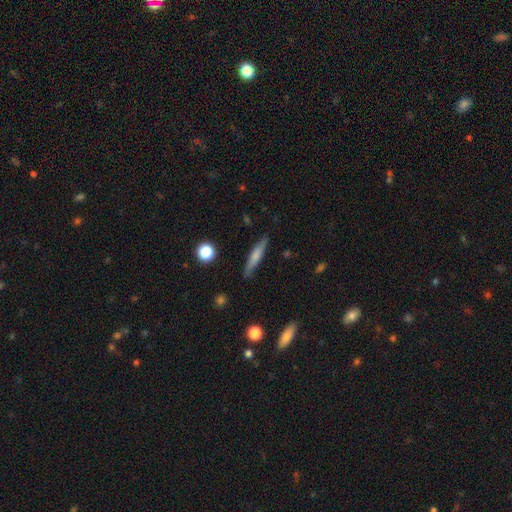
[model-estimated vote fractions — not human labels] Smooth or featured?
  - smooth: 58% *
  - featured or disk: 35%
  - star or artifact: 7%
How rounded?
  - cigar-shaped: 88% *
  - in between: 10%
  - round: 2%
Merging?
  - none: 85% *
  - minor disturbance: 11%
  - major disturbance: 2%
  - merger: 2%